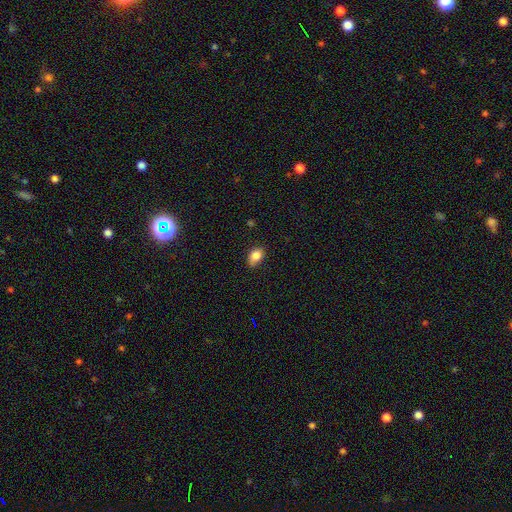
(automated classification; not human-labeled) This appears to be a smooth galaxy with no disk features (85%) that is in between round and cigar-shaped (78%). Merging: none (74%).